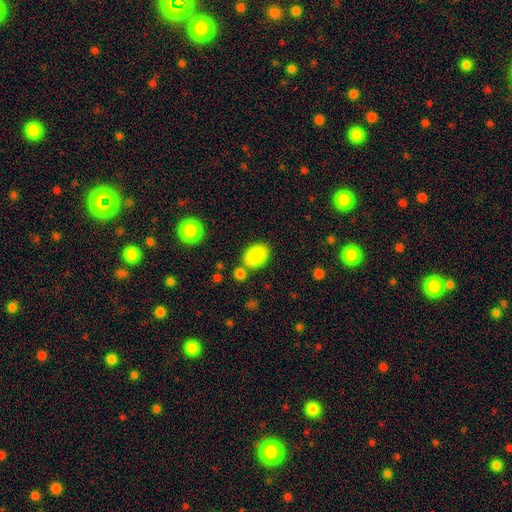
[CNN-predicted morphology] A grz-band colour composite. It shows a smooth galaxy with no disk features (85%) that is in between round and cigar-shaped (72%). Merging: none (77%).